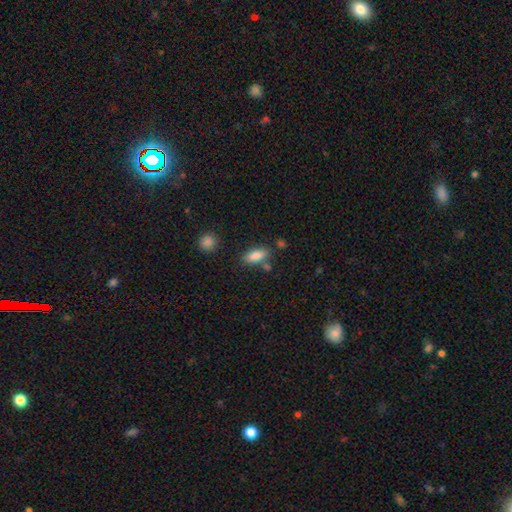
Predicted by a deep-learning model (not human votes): This is clearly a smooth galaxy (85%). How rounded: clearly in between (81%). Merging: likely none (72%).